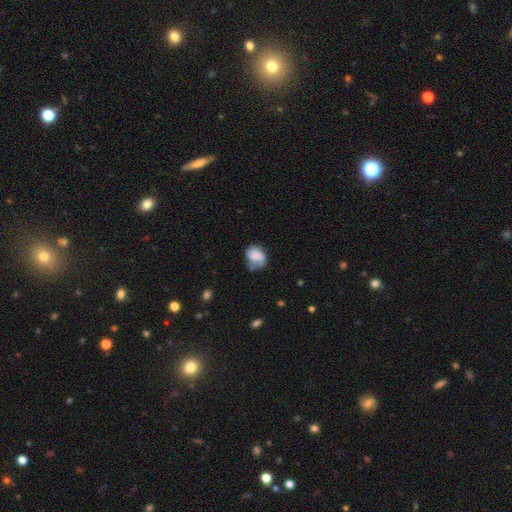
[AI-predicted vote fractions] Morphology: type=smooth (56%); roundness=round (52%); merging=none (40%).